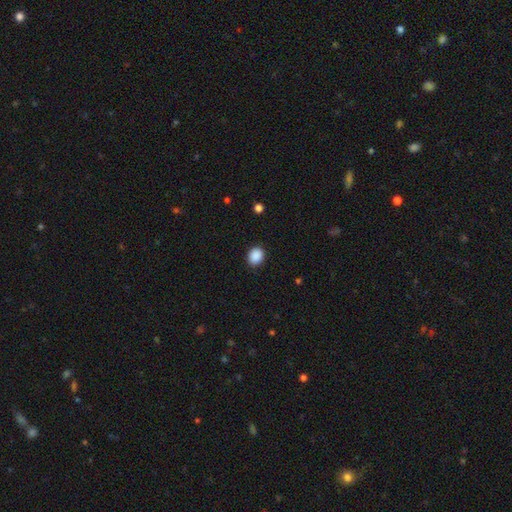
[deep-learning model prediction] Smooth or featured? smooth (89%)
How rounded? round (59%)
Merging? none (90%)